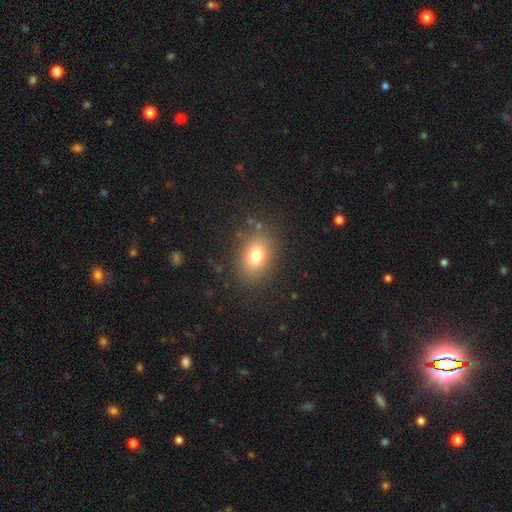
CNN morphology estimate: A smooth galaxy with no disk features (76%) that is in between round and cigar-shaped (68%).

Vote fractions:
- Smooth or featured? smooth: 76% / star or artifact: 12% / featured or disk: 11%
- How rounded? in between: 68% / round: 31% / cigar-shaped: 1%
- Merging? none: 84% / minor disturbance: 10% / major disturbance: 4% / merger: 2%